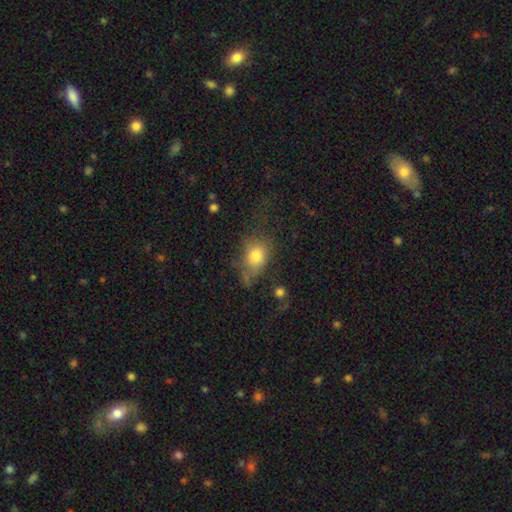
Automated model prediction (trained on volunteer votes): A smooth galaxy with no disk features (77%) that is in between round and cigar-shaped (52%).

Vote fractions:
- Smooth or featured? smooth: 77% / star or artifact: 12% / featured or disk: 11%
- How rounded? in between: 52% / round: 46% / cigar-shaped: 2%
- Merging? none: 51% / minor disturbance: 26% / major disturbance: 17% / merger: 6%